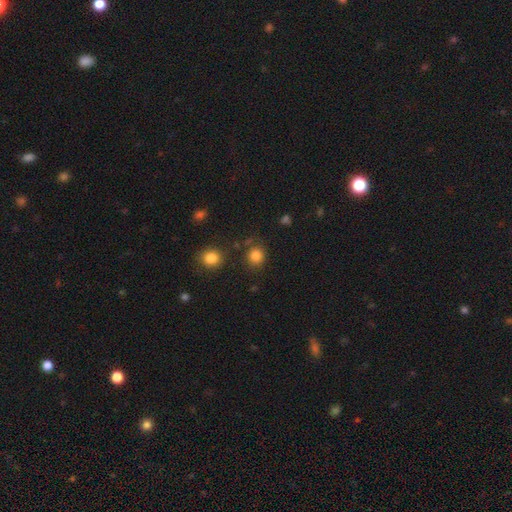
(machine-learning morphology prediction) This is clearly a smooth galaxy (84%). How rounded: clearly round (86%). Merging: clearly none (80%).